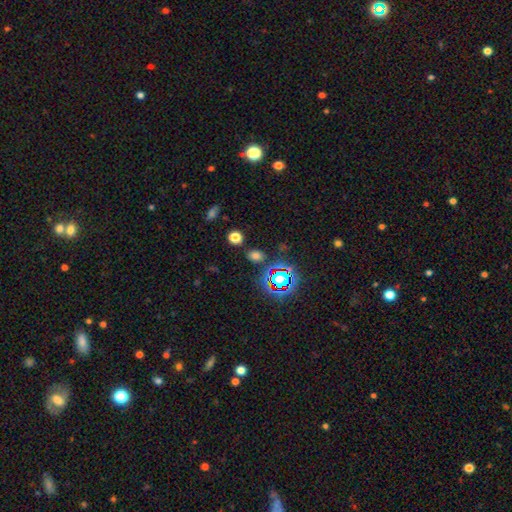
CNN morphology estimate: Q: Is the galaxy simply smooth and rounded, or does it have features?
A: smooth — 64%.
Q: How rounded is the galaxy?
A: in between — 59%.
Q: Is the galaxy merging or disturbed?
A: none — 81%.